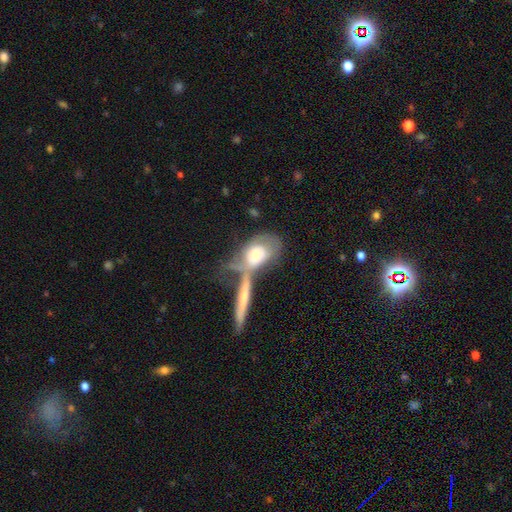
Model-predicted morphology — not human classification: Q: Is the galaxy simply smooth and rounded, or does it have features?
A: smooth — 49%.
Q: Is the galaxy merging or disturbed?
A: merger — 47%.